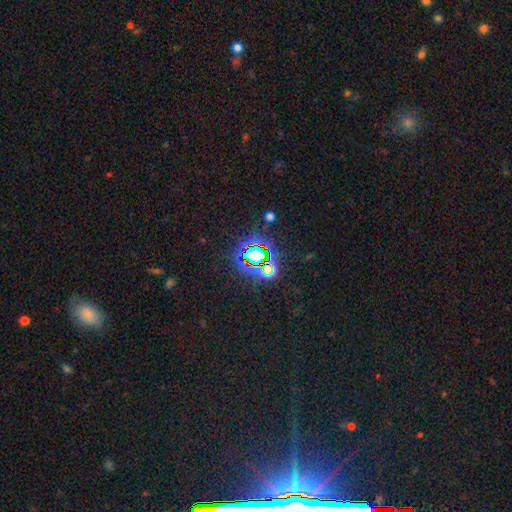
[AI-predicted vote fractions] Smooth or featured? Predicted: star or artifact (p=0.74).